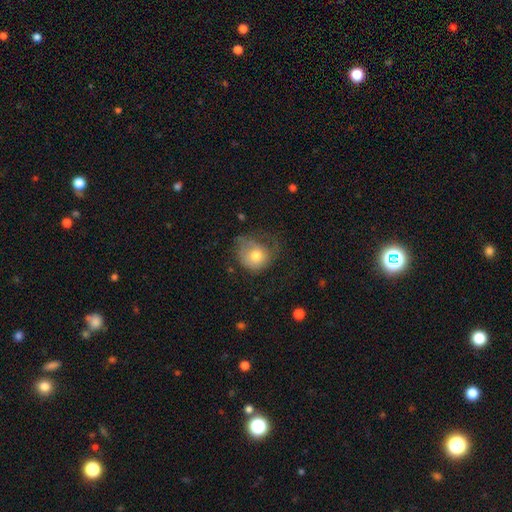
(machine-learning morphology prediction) This is likely a smooth galaxy (67%). How rounded: likely round (70%). Merging: marginally major disturbance (38%).